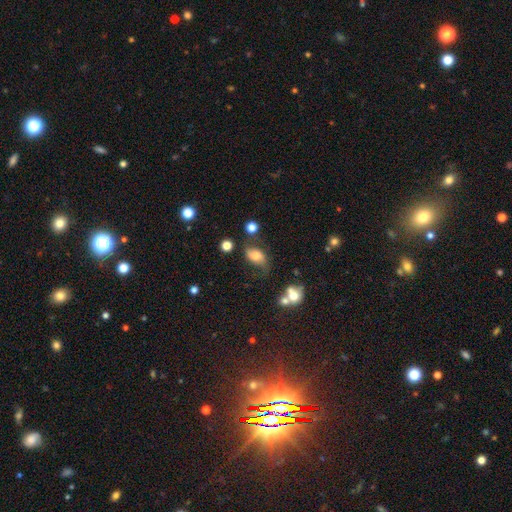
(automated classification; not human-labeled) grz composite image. It shows a smooth galaxy with no disk features (54%) that is in between round and cigar-shaped (82%). Merging: none (49%).